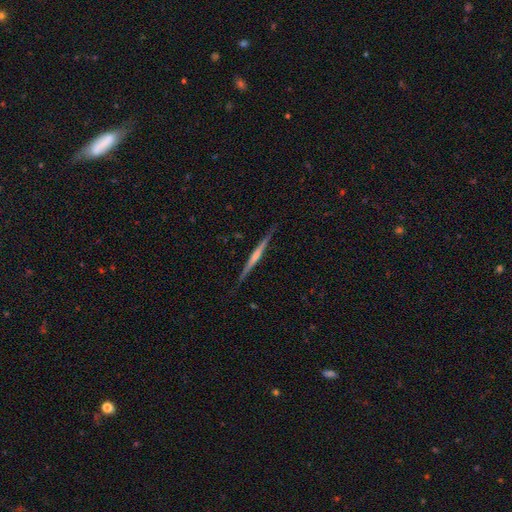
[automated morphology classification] Smooth or featured? Predicted: featured or disk (p=0.77). Edge-on disk? Predicted: yes (p=0.98). Edge-on bulge? Predicted: rounded (p=0.55). Merging? Predicted: none (p=0.91).